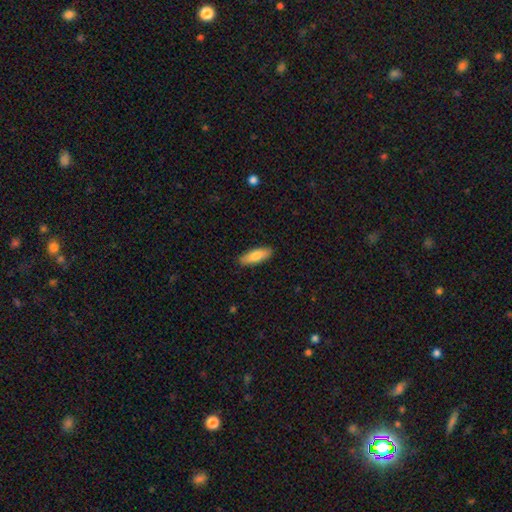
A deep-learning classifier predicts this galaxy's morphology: type=smooth (82%); roundness=in between (66%); merging=none (89%).